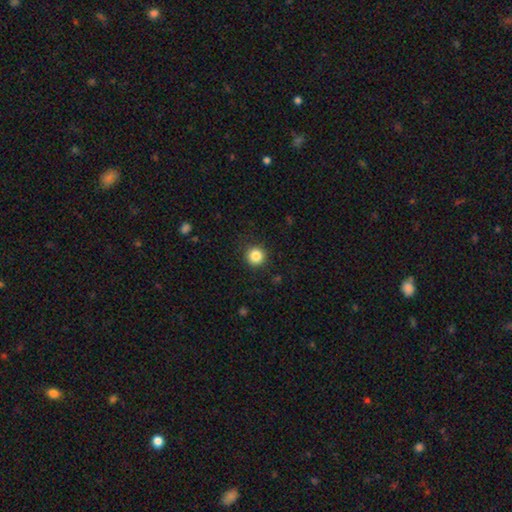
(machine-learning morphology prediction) Overall: smooth (85%). How rounded: round (95%). Merging: none (90%).